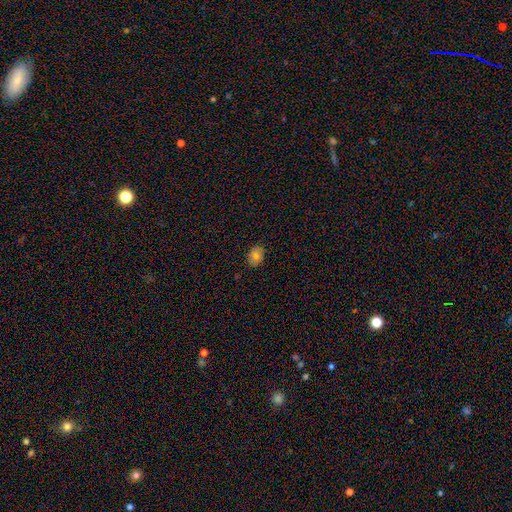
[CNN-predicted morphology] A smooth galaxy with no disk features (80%) that is in between round and cigar-shaped (71%). Merging: none (87%).